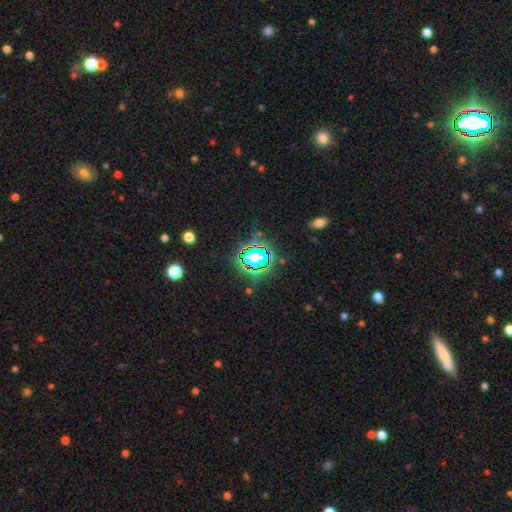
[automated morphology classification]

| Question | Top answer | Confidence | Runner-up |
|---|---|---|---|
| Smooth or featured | star or artifact | 66% | smooth (22%) |